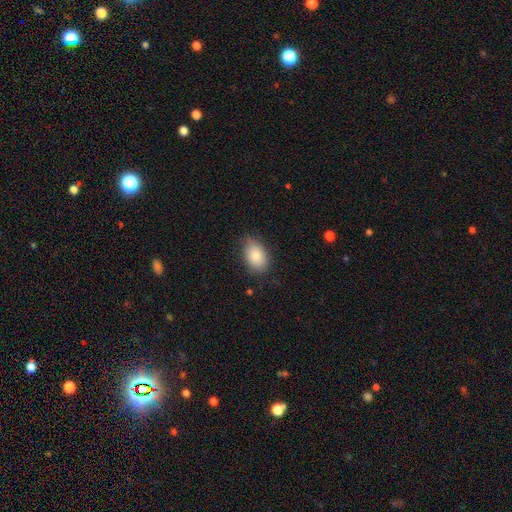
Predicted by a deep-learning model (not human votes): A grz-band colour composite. It shows a smooth galaxy with no disk features (87%) that is in between round and cigar-shaped (88%). Merging: none (78%).